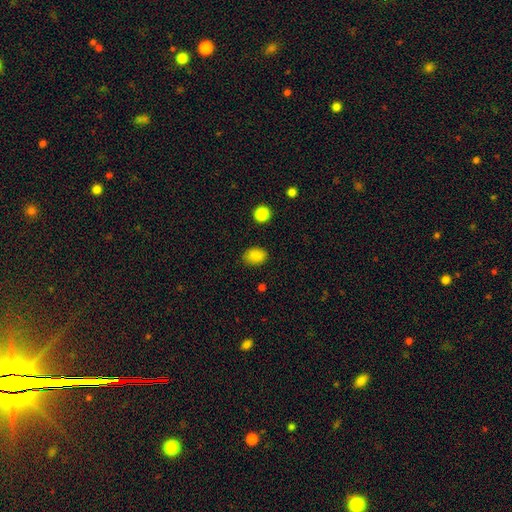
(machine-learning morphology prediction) Smooth or featured? Predicted: smooth (p=0.87). How rounded? Predicted: in between (p=0.74). Merging? Predicted: none (p=0.85).